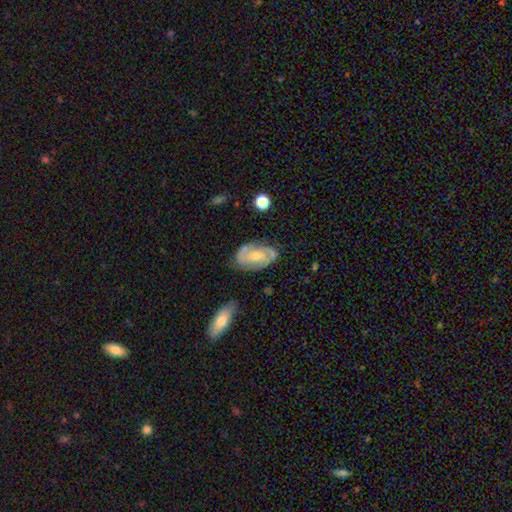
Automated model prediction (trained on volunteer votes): Q: Smooth or featured?
A: featured or disk (70%); runner-up: smooth (24%)
Q: Edge-on disk?
A: no (95%); runner-up: yes (5%)
Q: Bar?
A: no (54%); runner-up: weak (36%)
Q: Spiral arms?
A: yes (88%); runner-up: no (12%)
Q: Spiral winding?
A: medium (43%); runner-up: tight (42%)
Q: Spiral arm count?
A: 2 (72%); runner-up: can't tell (16%)
Q: Bulge size?
A: small (49%); runner-up: moderate (44%)
Q: Merging?
A: none (74%); runner-up: minor disturbance (19%)